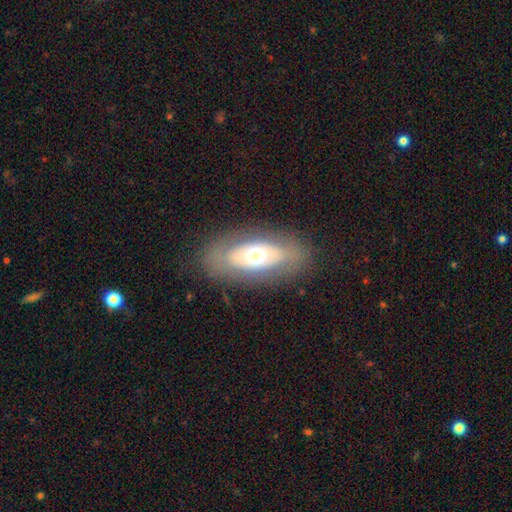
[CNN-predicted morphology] The model was most divided on "smooth or featured" (2-way tie): featured or disk: 46%, smooth: 46%, star or artifact: 8%. More confident: merging — none (80%).